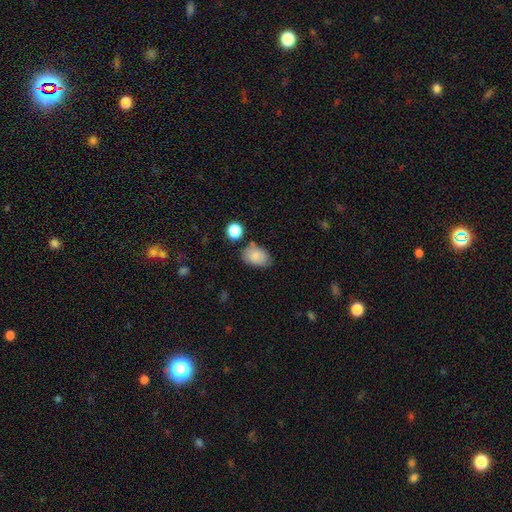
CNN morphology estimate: This appears to be a smooth galaxy with no disk features (85%) that is in between round and cigar-shaped (86%). Merging: none (68%).